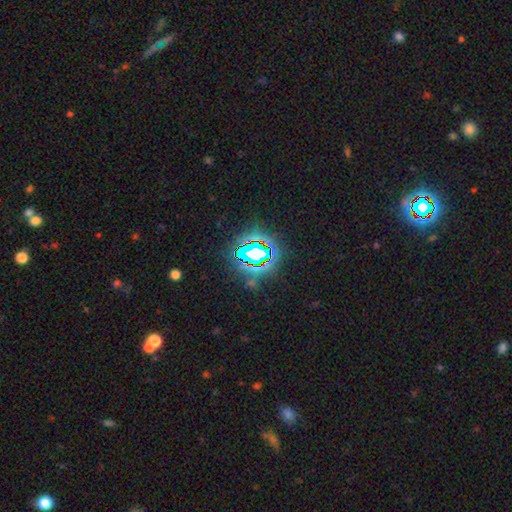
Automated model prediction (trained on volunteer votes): A star or artifact, not a galaxy (73%).

Vote fractions:
- Smooth or featured? star or artifact: 73% / smooth: 16% / featured or disk: 11%